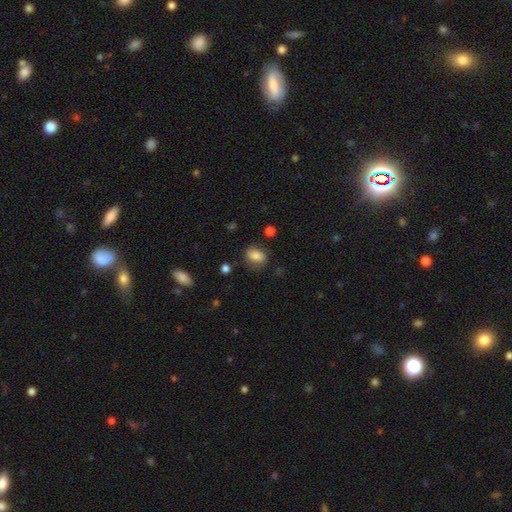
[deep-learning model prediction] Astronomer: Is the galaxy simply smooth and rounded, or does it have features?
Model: smooth — 83%.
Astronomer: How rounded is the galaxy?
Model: in between — 75%.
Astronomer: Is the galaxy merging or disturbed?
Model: none — 68%.